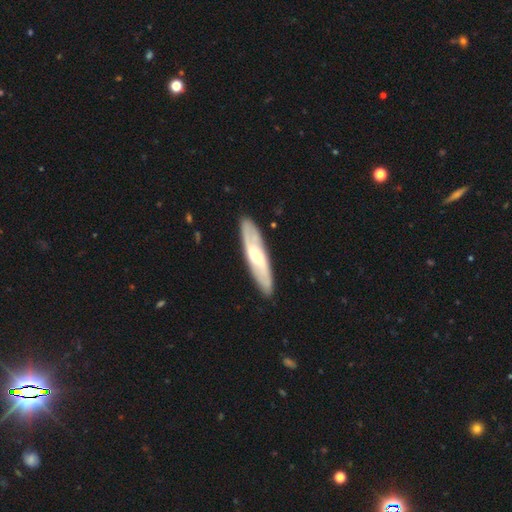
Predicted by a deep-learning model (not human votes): The model was most divided on "smooth or featured": featured or disk: 56%, smooth: 39%, star or artifact: 5%. More confident: merging — none (87%); edge-on disk — no (59%).